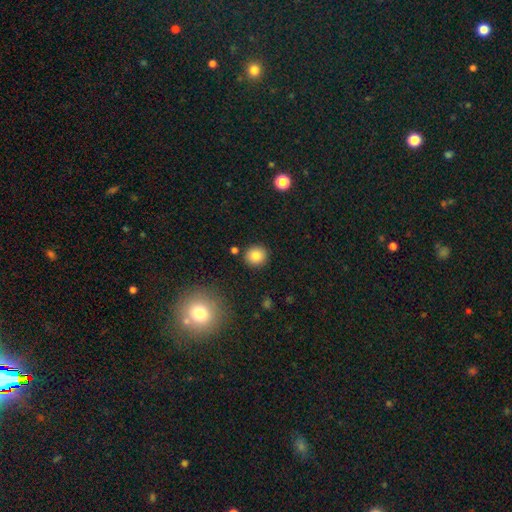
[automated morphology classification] A smooth galaxy with no disk features (83%) that is round (91%).

Vote fractions:
- Smooth or featured? smooth: 83% / star or artifact: 10% / featured or disk: 6%
- How rounded? round: 91% / in between: 8% / cigar-shaped: 1%
- Merging? none: 88% / minor disturbance: 7% / merger: 4% / major disturbance: 2%